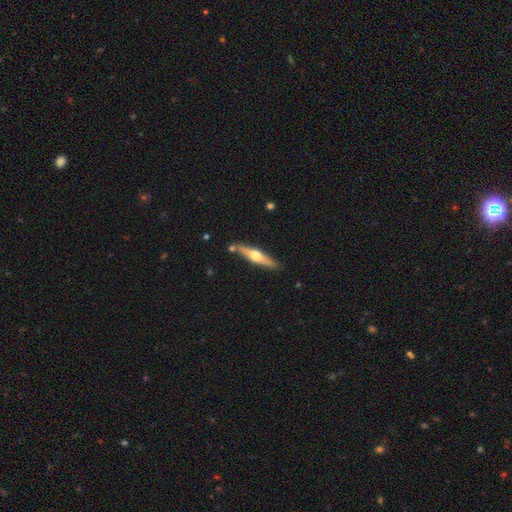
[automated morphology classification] Smooth or featured? Predicted: featured or disk (p=0.62). Edge-on disk? Predicted: yes (p=0.95). Edge-on bulge? Predicted: rounded (p=0.95). Merging? Predicted: none (p=0.83).